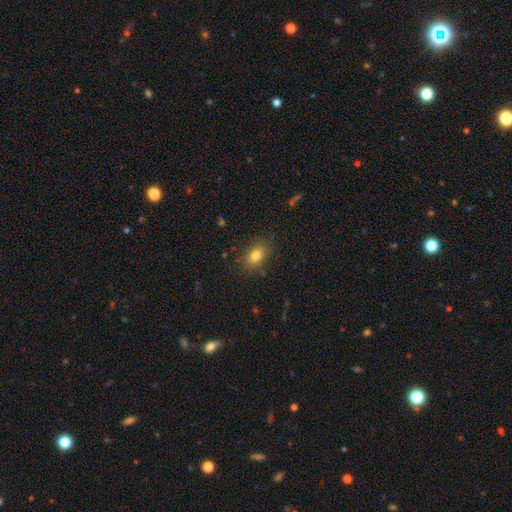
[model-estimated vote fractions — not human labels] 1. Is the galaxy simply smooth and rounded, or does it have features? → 80% smooth, 11% star or artifact, 9% featured or disk.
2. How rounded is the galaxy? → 79% in between, 19% round, 2% cigar-shaped.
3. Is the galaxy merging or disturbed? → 82% none, 13% minor disturbance, 4% major disturbance, 2% merger.